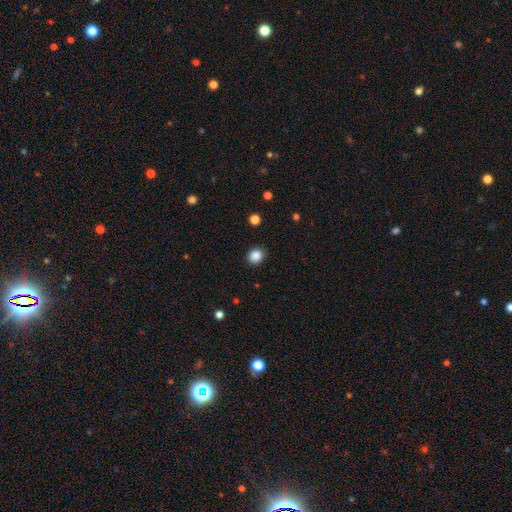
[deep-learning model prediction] This is clearly a smooth galaxy (87%). How rounded: likely round (74%). Merging: clearly none (90%).